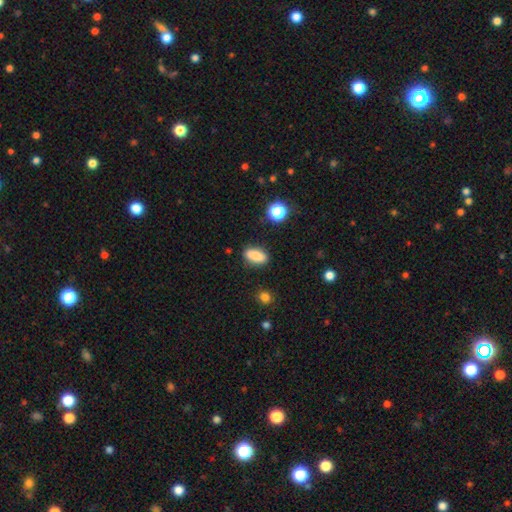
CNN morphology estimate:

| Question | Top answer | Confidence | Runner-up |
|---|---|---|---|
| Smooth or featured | smooth | 84% | star or artifact (9%) |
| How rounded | in between | 68% | cigar-shaped (27%) |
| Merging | none | 86% | minor disturbance (9%) |